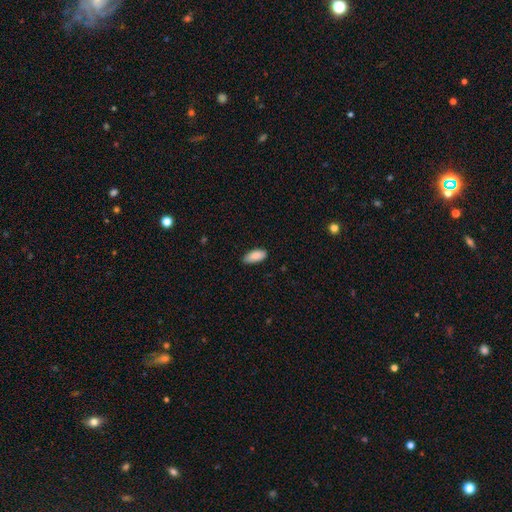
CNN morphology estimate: Smooth or featured? Predicted: smooth (p=0.89). How rounded? Predicted: in between (p=0.89). Merging? Predicted: none (p=0.80).